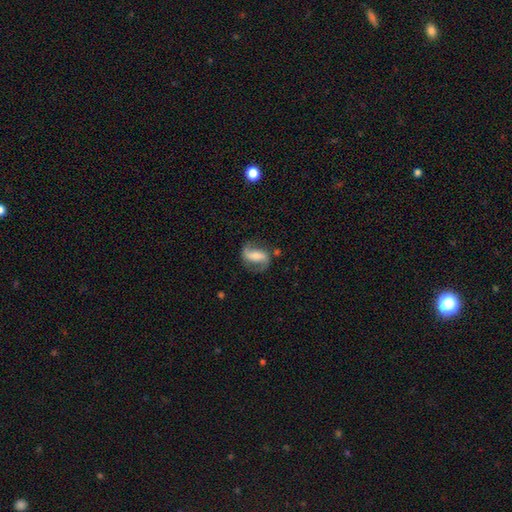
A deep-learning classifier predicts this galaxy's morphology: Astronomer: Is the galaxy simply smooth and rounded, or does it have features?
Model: featured or disk — 73%.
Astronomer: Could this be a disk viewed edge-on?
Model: no — 95%.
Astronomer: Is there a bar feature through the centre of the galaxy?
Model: strong — 46% (runner-up: weak, 30%).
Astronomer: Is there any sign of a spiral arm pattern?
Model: yes — 91%.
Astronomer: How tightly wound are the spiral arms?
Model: loose — 52% (runner-up: medium, 35%).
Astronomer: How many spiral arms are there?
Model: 2 — 89%.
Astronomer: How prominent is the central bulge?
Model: moderate — 43% (runner-up: small, 42%).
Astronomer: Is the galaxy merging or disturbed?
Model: none — 69%.